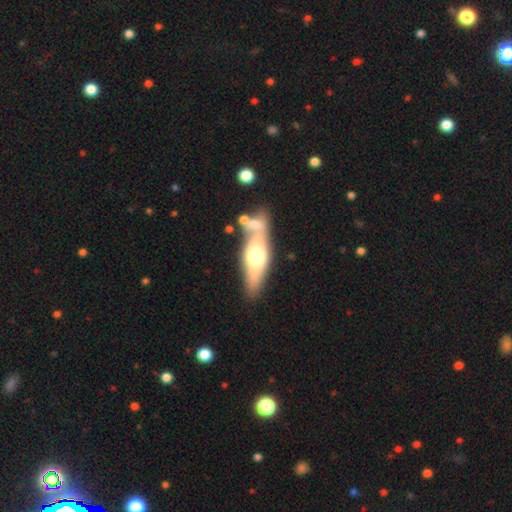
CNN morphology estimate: type=featured or disk (51%); edge-on=yes (74%); merging=none (55%).